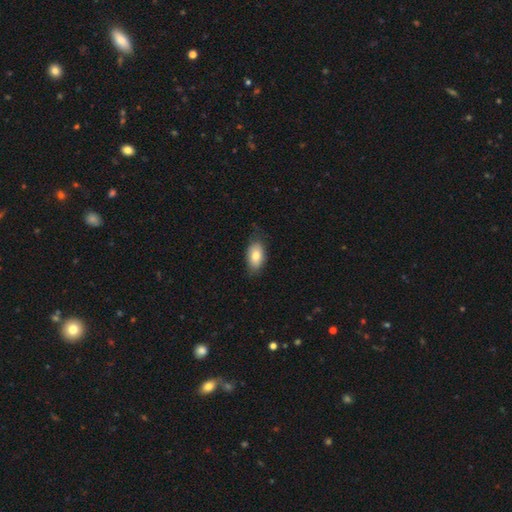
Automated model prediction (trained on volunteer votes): Smooth or featured: smooth — 77% (featured or disk — 16%)
How rounded: in between — 91% (round — 6%)
Merging: none — 71% (minor disturbance — 23%)